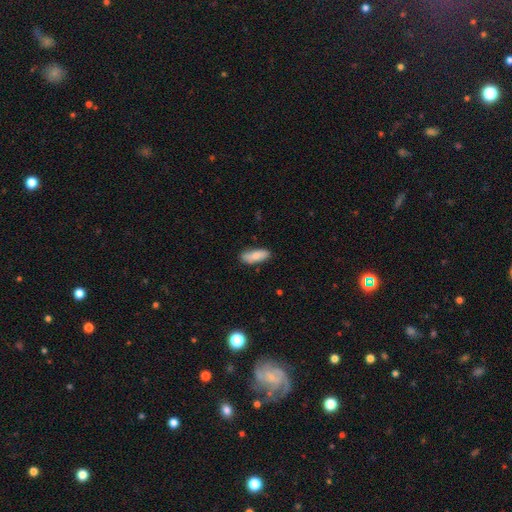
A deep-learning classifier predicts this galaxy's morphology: type=smooth (79%); roundness=in between (74%); merging=none (74%).